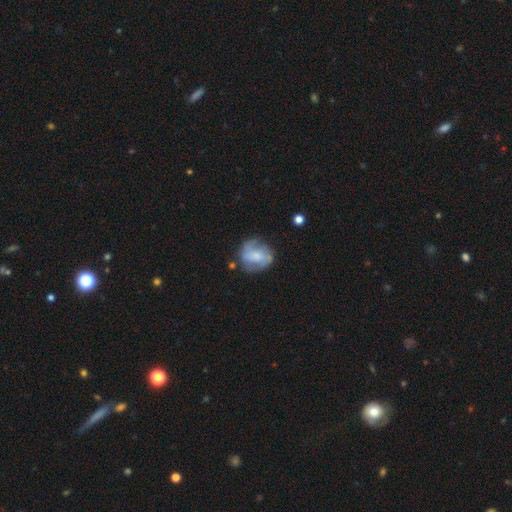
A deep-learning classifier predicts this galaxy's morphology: smooth-or-featured: featured or disk: 56% | smooth: 36% | star or artifact: 8%
  disk-edge-on: no: 97% | yes: 3%
    bar: no: 42% | weak: 40% | strong: 19%
    has-spiral-arms: yes: 74% | no: 26%
    bulge-size: small: 31% | moderate: 30% | none: 25% | large: 12% | dominant: 2%
  merging: none: 62% | minor disturbance: 23% | major disturbance: 12% | merger: 3%